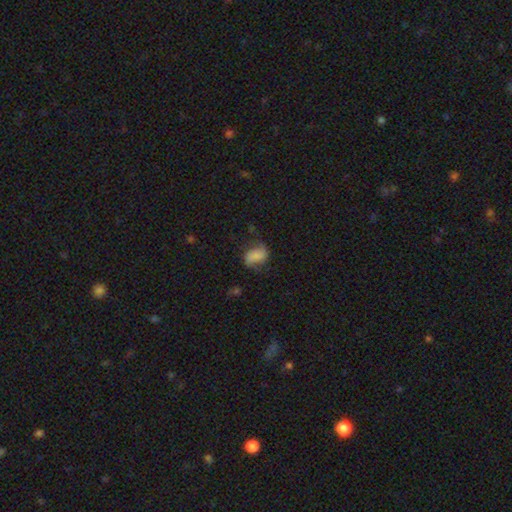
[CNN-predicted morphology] A smooth galaxy with no disk features (51%) that is in between round and cigar-shaped (77%).

Vote fractions:
- Smooth or featured? smooth: 51% / featured or disk: 39% / star or artifact: 10%
- How rounded? in between: 77% / round: 21% / cigar-shaped: 2%
- Merging? none: 58% / minor disturbance: 25% / major disturbance: 15% / merger: 2%